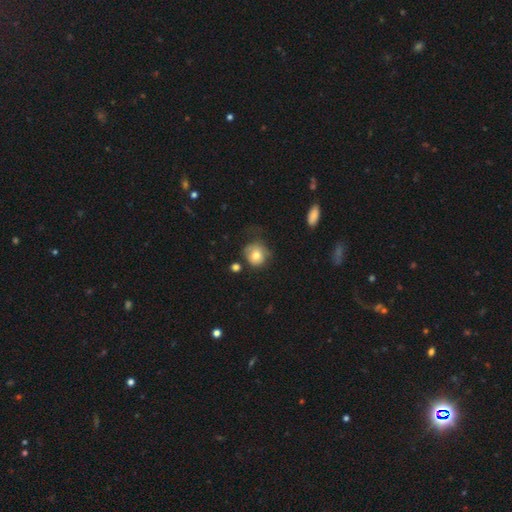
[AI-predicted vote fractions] Overall: smooth (75%). How rounded: round (86%). Merging: none (51%; minor disturbance 29%).